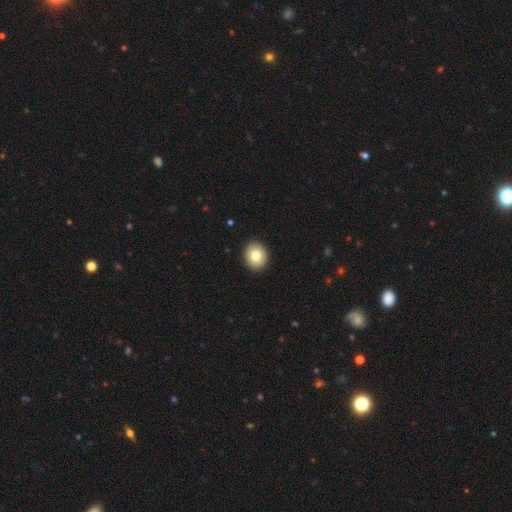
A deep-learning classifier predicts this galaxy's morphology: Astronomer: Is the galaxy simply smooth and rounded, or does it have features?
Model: smooth — 82%.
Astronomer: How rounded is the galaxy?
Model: round — 70%.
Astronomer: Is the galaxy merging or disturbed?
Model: none — 92%.